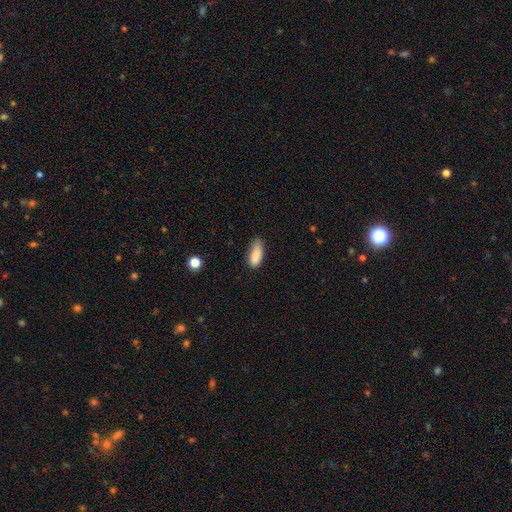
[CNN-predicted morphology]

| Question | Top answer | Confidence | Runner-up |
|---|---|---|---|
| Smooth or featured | smooth | 87% | star or artifact (8%) |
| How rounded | in between | 82% | cigar-shaped (16%) |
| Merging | none | 57% | minor disturbance (35%) |